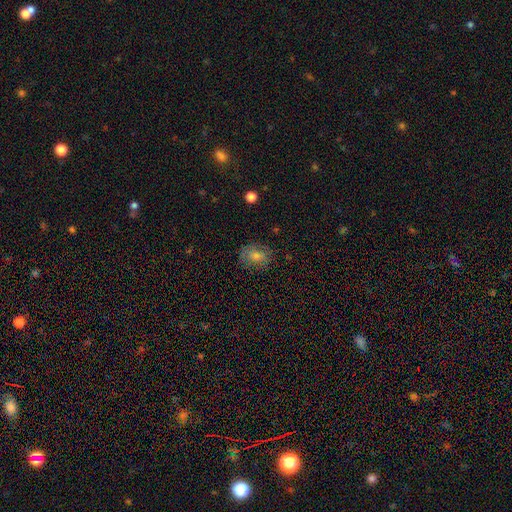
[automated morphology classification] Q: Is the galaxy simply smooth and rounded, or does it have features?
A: smooth — 73%.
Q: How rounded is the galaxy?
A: in between — 57%.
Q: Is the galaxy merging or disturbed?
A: none — 71%.